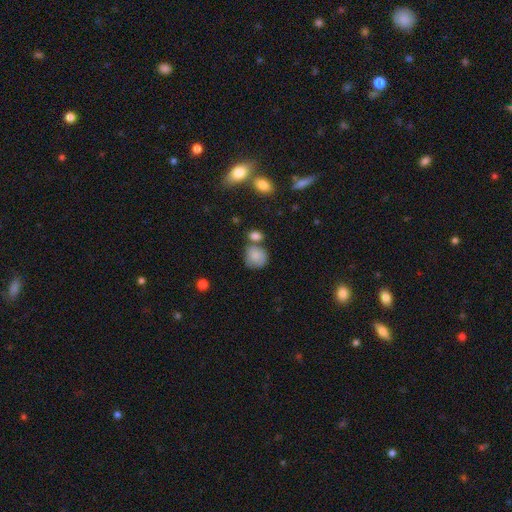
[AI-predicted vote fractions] Morphology: type=smooth (82%); roundness=round (77%); merging=none (52%).